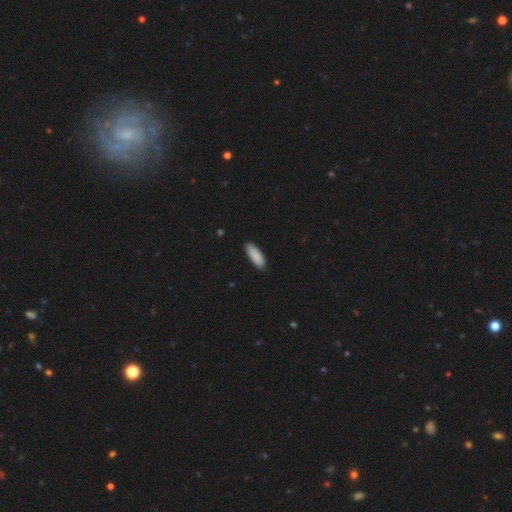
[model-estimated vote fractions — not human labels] Morphology: type=smooth (89%); roundness=in between (64%); merging=none (88%).